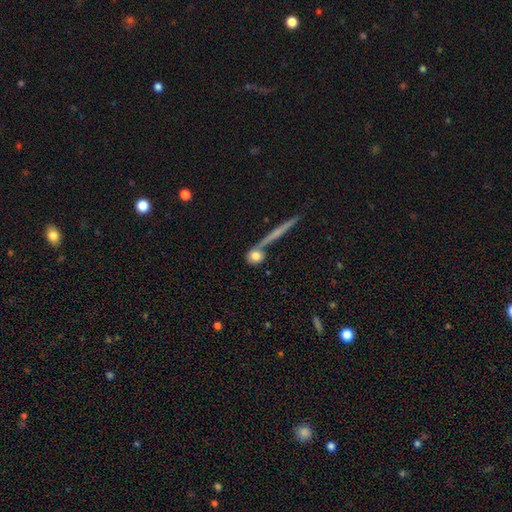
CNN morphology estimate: smooth-or-featured: smooth: 73% | featured or disk: 18% | star or artifact: 9%
  how-rounded: round: 77% | in between: 15% | cigar-shaped: 8%
  merging: none: 57% | merger: 23% | minor disturbance: 13% | major disturbance: 7%